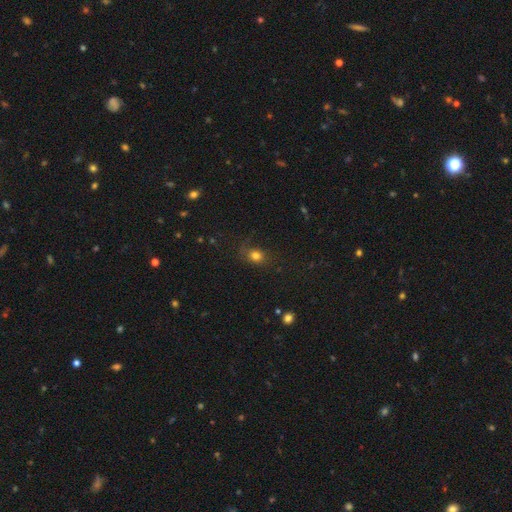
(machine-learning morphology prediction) Smooth or featured: smooth — 76% (star or artifact — 14%)
How rounded: round — 63% (in between — 35%)
Merging: none — 68% (minor disturbance — 18%)